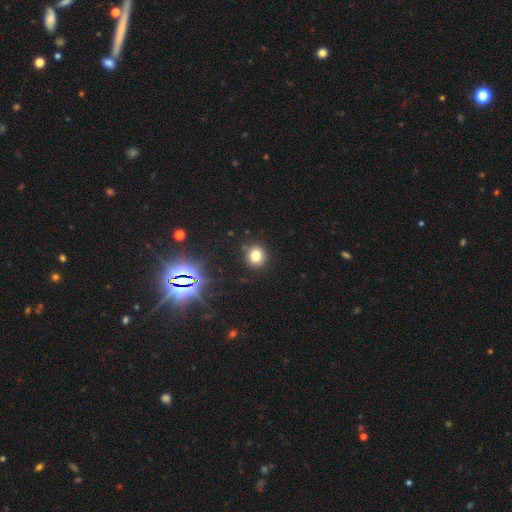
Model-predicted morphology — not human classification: This appears to be a smooth galaxy with no disk features (75%) that is round (82%). Merging: none (86%).